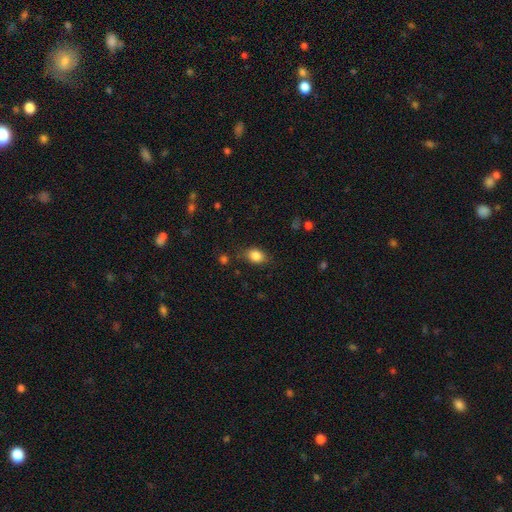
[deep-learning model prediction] This is clearly a smooth galaxy (85%). How rounded: likely in between (71%). Merging: likely none (78%).